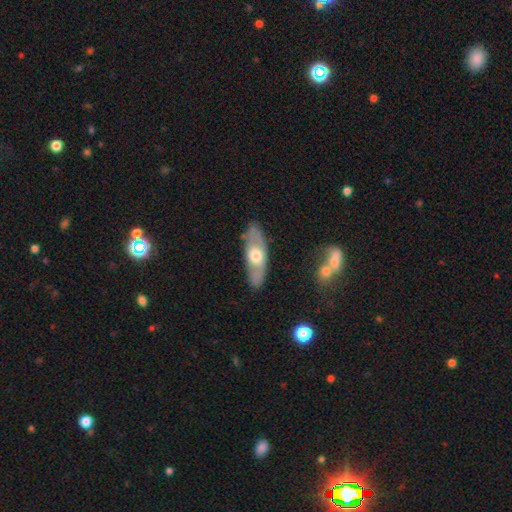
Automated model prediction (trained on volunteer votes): Morphology: type=featured or disk (49%); merging=none (84%).